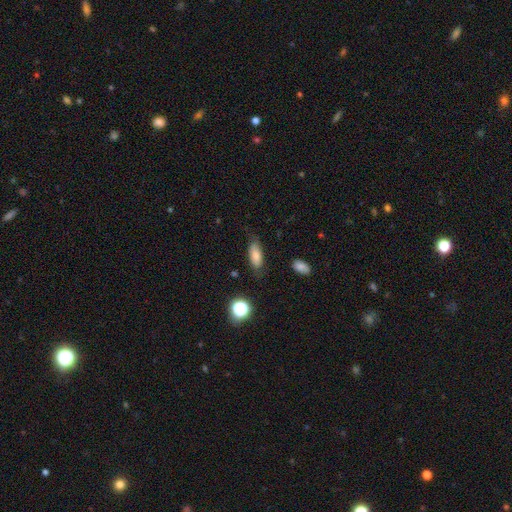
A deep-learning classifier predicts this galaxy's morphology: Q: Smooth or featured?
A: smooth (79%); runner-up: featured or disk (12%)
Q: How rounded?
A: in between (76%); runner-up: cigar-shaped (21%)
Q: Merging?
A: none (76%); runner-up: minor disturbance (17%)